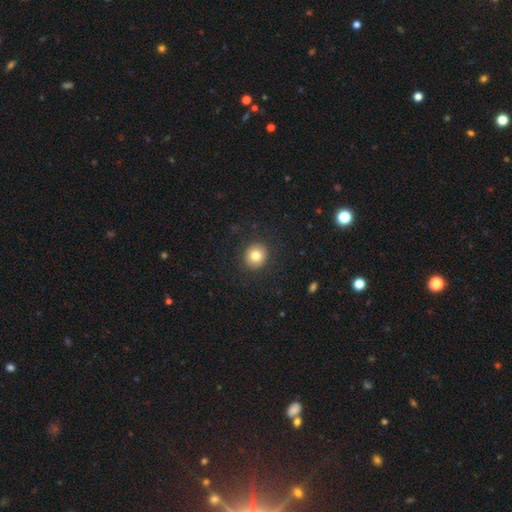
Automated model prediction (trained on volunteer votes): smooth-or-featured: smooth: 80% | star or artifact: 10% | featured or disk: 10%
  how-rounded: round: 87% | in between: 12% | cigar-shaped: 1%
  merging: none: 90% | minor disturbance: 6% | major disturbance: 3% | merger: 1%